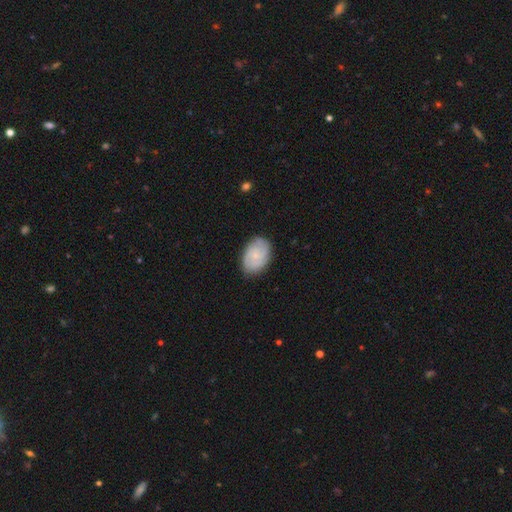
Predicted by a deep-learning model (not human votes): Smooth or featured?
  - featured or disk: 61% *
  - smooth: 32%
  - star or artifact: 7%
Edge-on disk?
  - no: 97% *
  - yes: 3%
Bar?
  - no: 74% *
  - weak: 23%
  - strong: 3%
Spiral arms?
  - yes: 91% *
  - no: 9%
Spiral winding?
  - tight: 58% *
  - medium: 33%
  - loose: 9%
Spiral arm count?
  - 2: 34% *
  - can't tell: 30%
  - 3: 21%
  - 4: 6%
  - 1: 5%
  - more than 4: 4%
Bulge size?
  - small: 74% *
  - moderate: 16%
  - none: 7%
  - large: 1%
  - dominant: 1%
Merging?
  - none: 80% *
  - minor disturbance: 16%
  - major disturbance: 3%
  - merger: 1%